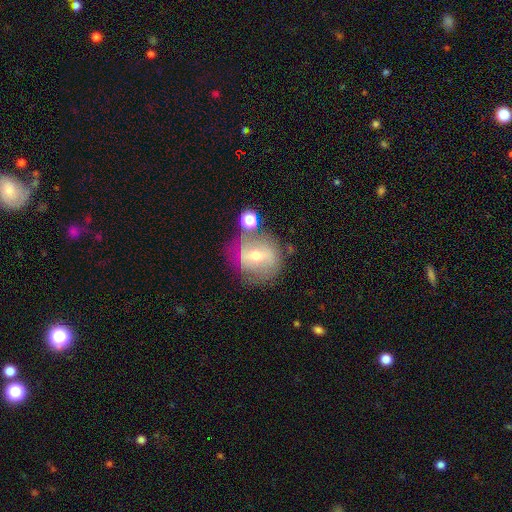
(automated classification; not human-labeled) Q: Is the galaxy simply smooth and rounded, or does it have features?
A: featured or disk — 64%.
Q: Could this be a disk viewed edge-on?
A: no — 93%.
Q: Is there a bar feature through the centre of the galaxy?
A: weak — 41%, tied with strong.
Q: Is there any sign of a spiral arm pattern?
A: yes — 59%.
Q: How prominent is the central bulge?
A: moderate — 53%.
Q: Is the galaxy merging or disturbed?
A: none — 56%.